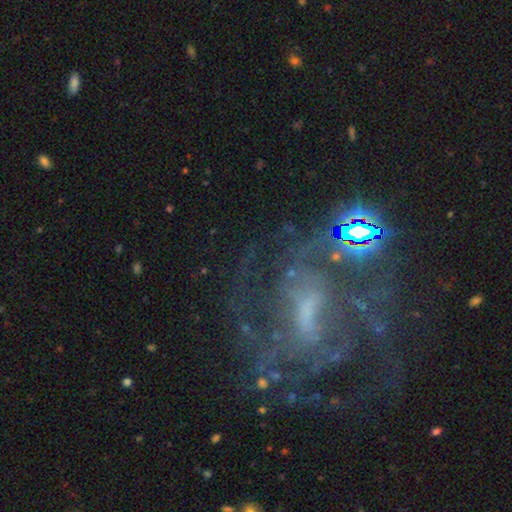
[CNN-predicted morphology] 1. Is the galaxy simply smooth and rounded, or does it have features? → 72% featured or disk, 19% star or artifact, 9% smooth.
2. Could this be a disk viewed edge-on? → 95% no, 5% yes.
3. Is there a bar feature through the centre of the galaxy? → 43% weak, 29% no, 27% strong.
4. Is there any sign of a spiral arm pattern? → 80% yes, 20% no.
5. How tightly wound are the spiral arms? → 41% medium, 39% tight, 19% loose.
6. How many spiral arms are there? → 47% can't tell, 23% 2, 11% 3, 7% 4, 6% 1, 6% more than 4.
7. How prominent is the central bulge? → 37% small, 29% none, 27% moderate, 5% large, 2% dominant.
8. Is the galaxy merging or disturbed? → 57% none, 23% major disturbance, 16% minor disturbance, 5% merger.